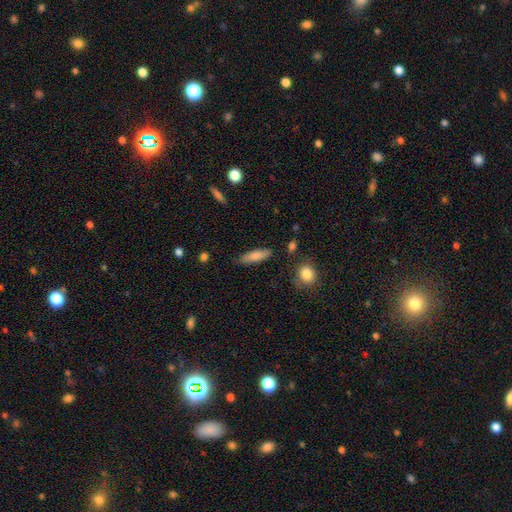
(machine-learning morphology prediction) This is clearly a smooth galaxy (81%). How rounded: possibly cigar-shaped (59%). Merging: likely none (78%).